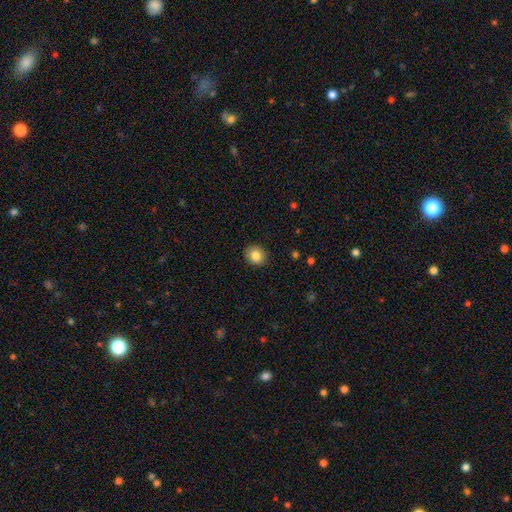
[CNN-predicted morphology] type=smooth (84%); roundness=round (77%); merging=none (90%).